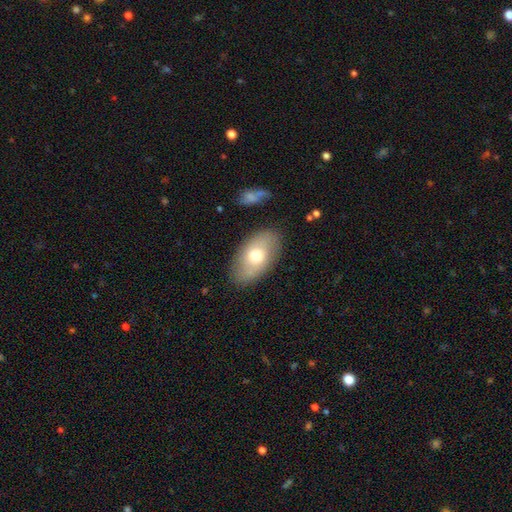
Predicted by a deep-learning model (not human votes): A smooth galaxy with no disk features (65%) that is in between round and cigar-shaped (92%). Merging: none (84%).